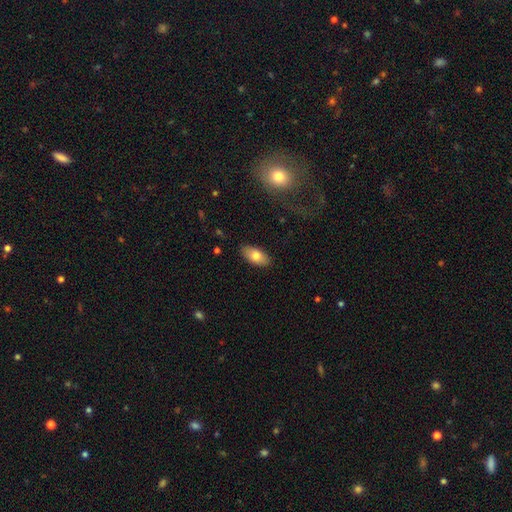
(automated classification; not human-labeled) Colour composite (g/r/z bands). It shows a smooth galaxy with no disk features (76%) that is in between round and cigar-shaped (91%). Merging: none (87%).